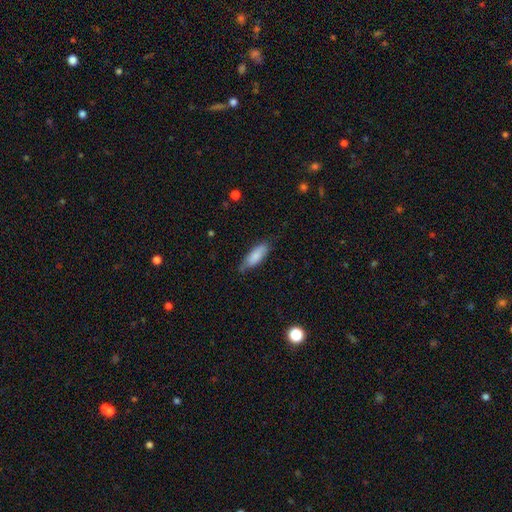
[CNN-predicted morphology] A smooth galaxy with no disk features (83%) that is in between round and cigar-shaped (66%). Merging: none (68%).